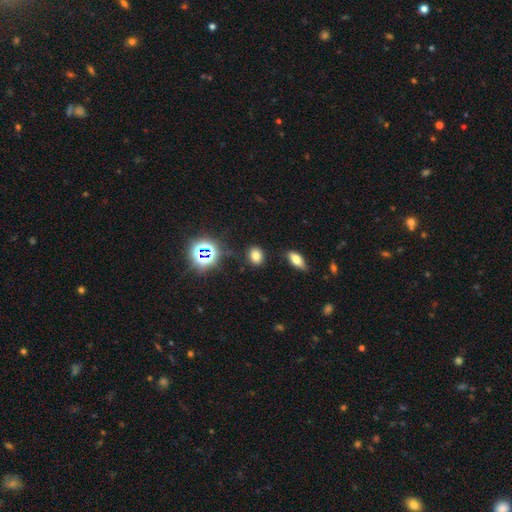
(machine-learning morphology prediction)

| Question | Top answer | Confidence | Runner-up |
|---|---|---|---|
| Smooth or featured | smooth | 71% | star or artifact (21%) |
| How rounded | in between | 52% | round (46%) |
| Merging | none | 83% | minor disturbance (10%) |